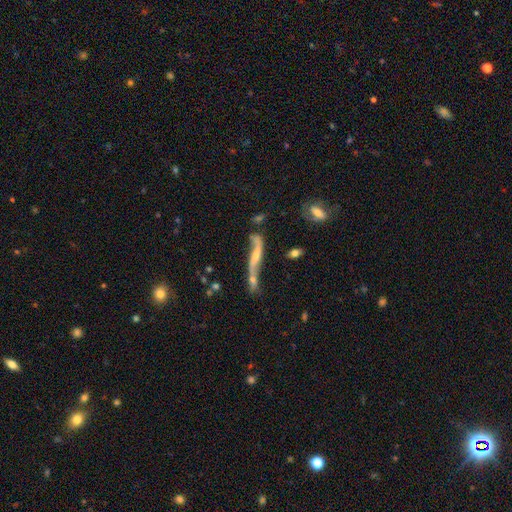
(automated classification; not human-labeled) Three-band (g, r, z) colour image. It shows a featured or disk galaxy (76%). Merging: none (39%).